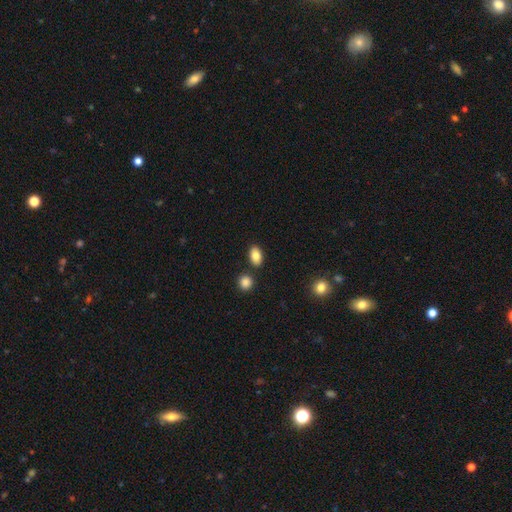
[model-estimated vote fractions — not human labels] Smooth or featured: smooth — 84% (featured or disk — 8%)
How rounded: in between — 88% (round — 10%)
Merging: none — 83% (minor disturbance — 9%)